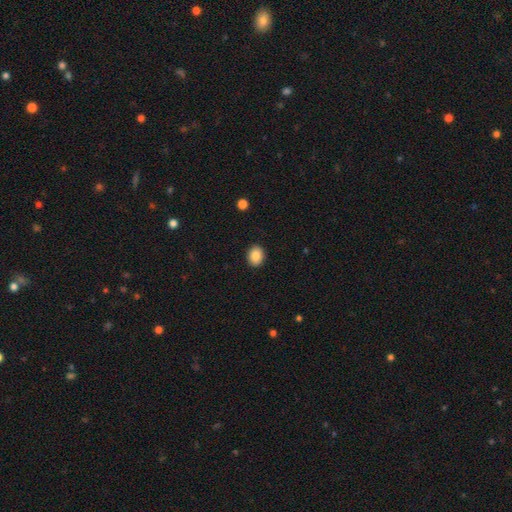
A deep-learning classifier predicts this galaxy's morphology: The model was most divided on "how rounded": round: 51%, in between: 49%, cigar-shaped: 1%. More confident: merging — none (91%); smooth or featured — smooth (87%).